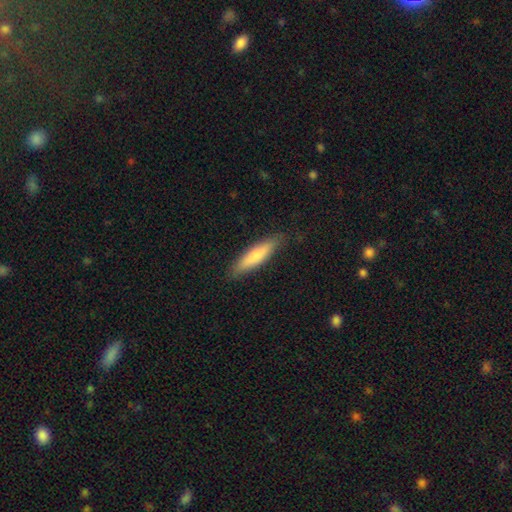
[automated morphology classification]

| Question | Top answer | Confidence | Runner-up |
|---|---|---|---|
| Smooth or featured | smooth | 77% | featured or disk (18%) |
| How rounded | cigar-shaped | 76% | in between (22%) |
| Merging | none | 86% | minor disturbance (11%) |